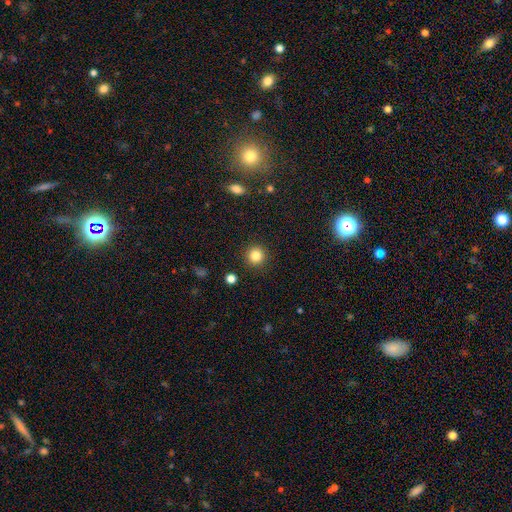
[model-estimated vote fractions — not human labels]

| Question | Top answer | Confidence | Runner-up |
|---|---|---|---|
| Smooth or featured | smooth | 84% | star or artifact (11%) |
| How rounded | round | 94% | in between (5%) |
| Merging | none | 92% | minor disturbance (5%) |